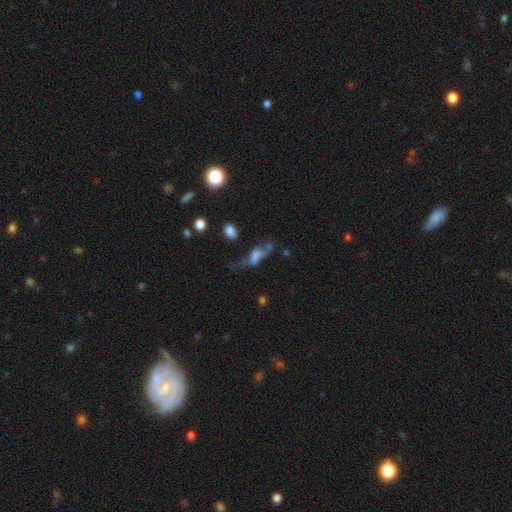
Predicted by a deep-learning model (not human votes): Q: Smooth or featured?
A: smooth (53%); runner-up: featured or disk (31%)
Q: How rounded?
A: in between (70%); runner-up: cigar-shaped (22%)
Q: Merging?
A: major disturbance (39%); runner-up: none (25%)